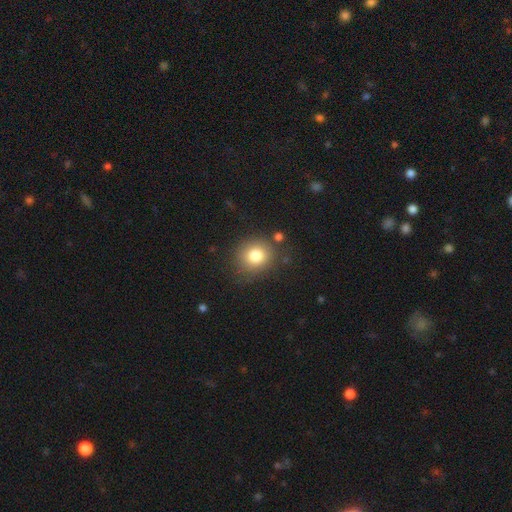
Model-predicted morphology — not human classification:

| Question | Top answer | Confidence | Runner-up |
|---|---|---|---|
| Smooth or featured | smooth | 80% | star or artifact (11%) |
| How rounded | round | 80% | in between (19%) |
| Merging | none | 81% | minor disturbance (11%) |